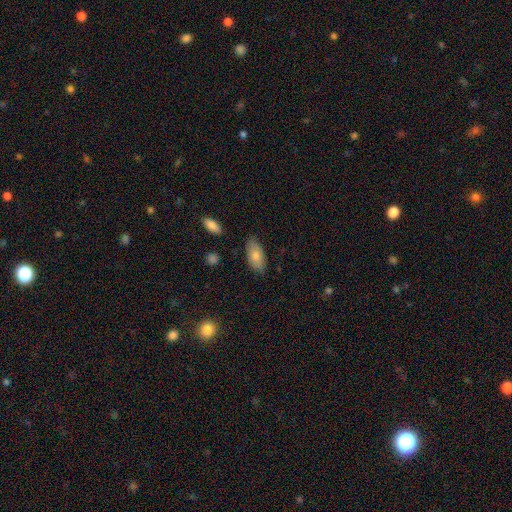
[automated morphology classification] smooth-or-featured: smooth: 80% | featured or disk: 13% | star or artifact: 6%
  how-rounded: in between: 92% | cigar-shaped: 6% | round: 2%
  merging: none: 82% | minor disturbance: 14% | major disturbance: 3% | merger: 2%